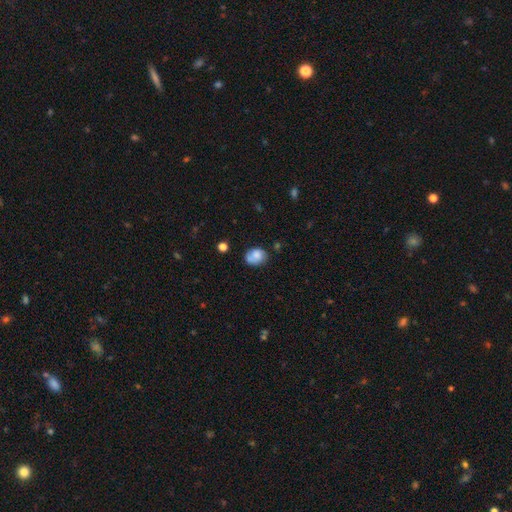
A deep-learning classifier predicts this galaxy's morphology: This appears to be a smooth galaxy with no disk features (71%) that is in between round and cigar-shaped (52%). Merging: none (56%).